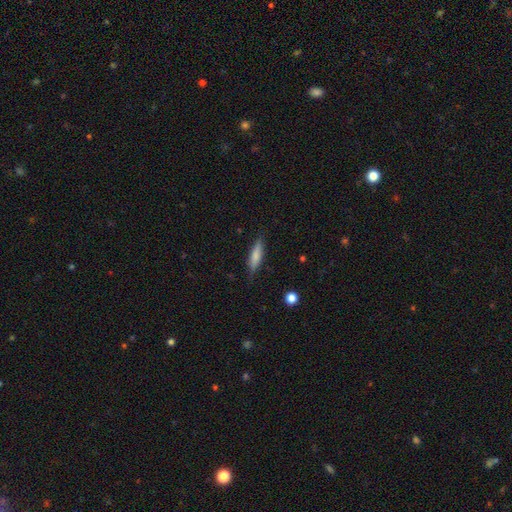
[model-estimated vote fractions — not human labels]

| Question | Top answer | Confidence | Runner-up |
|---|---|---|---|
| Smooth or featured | smooth | 71% | featured or disk (22%) |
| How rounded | cigar-shaped | 69% | in between (29%) |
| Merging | none | 79% | minor disturbance (16%) |